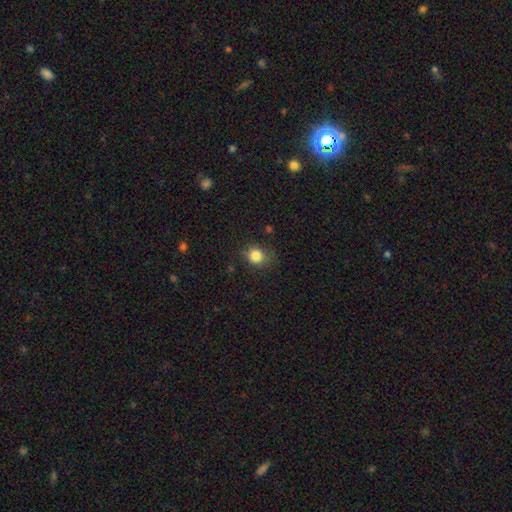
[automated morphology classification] type=smooth (84%); roundness=round (74%); merging=none (77%).